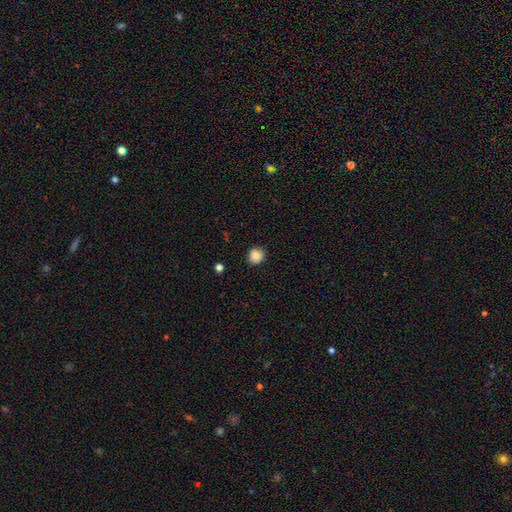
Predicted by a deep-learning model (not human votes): smooth 87%, star or artifact 10%, featured or disk 3%. Down the decision tree: how rounded — round (90%); merging — none (89%).